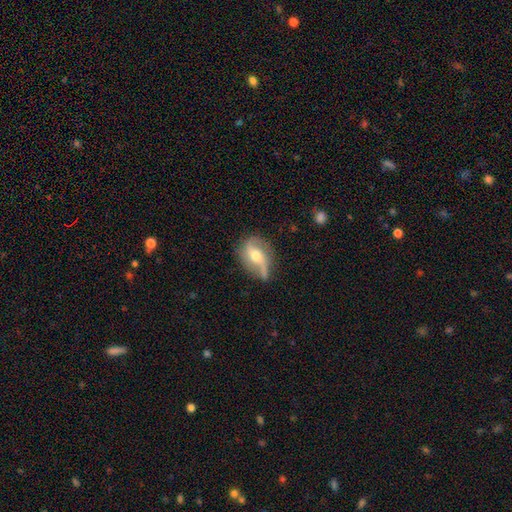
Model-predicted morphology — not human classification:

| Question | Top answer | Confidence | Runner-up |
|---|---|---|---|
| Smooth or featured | featured or disk | 73% | smooth (20%) |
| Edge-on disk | no | 91% | yes (9%) |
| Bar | no | 41% | weak (35%) |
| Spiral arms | yes | 88% | no (12%) |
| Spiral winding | loose | 70% | medium (22%) |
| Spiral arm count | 2 | 81% | 1 (9%) |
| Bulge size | moderate | 64% | small (30%) |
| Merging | none | 60% | minor disturbance (26%) |